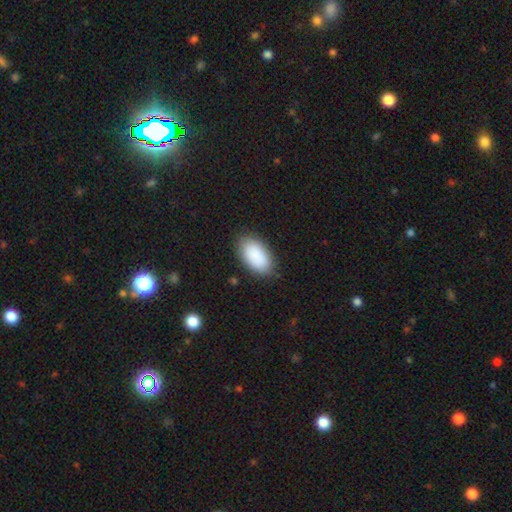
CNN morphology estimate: Smooth or featured? Predicted: smooth (p=0.89). How rounded? Predicted: in between (p=0.95). Merging? Predicted: none (p=0.85).